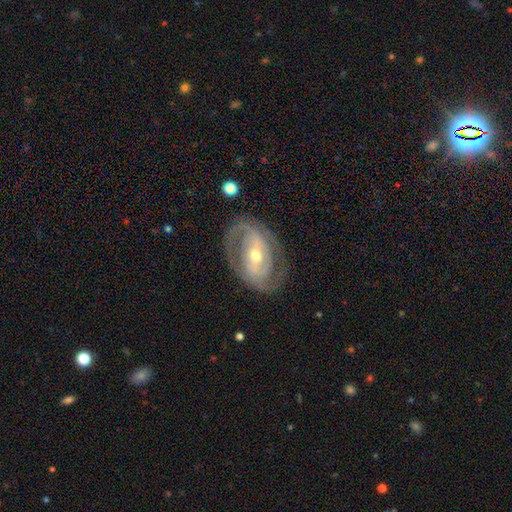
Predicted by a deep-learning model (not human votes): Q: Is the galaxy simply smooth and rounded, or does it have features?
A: featured or disk — 86%.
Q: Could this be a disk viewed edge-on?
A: no — 96%.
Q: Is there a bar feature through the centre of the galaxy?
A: strong — 40%.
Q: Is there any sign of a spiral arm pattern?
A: yes — 89%.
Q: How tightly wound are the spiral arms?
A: medium — 43%.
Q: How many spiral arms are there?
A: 2 — 79%.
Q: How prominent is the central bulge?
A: moderate — 59%.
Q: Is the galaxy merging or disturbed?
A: none — 77%.